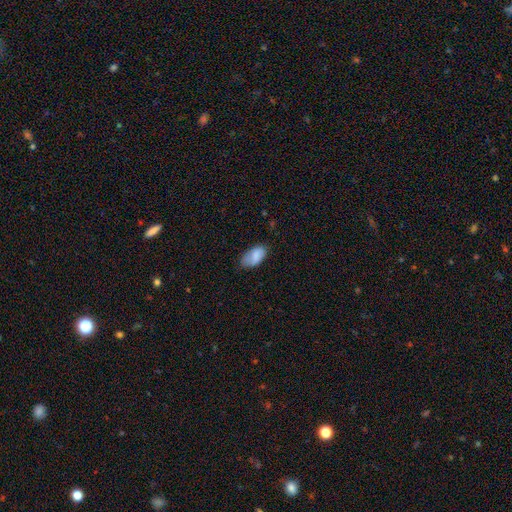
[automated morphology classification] smooth 83%, featured or disk 10%, star or artifact 7%. Down the decision tree: how rounded — in between (94%); merging — none (62%).